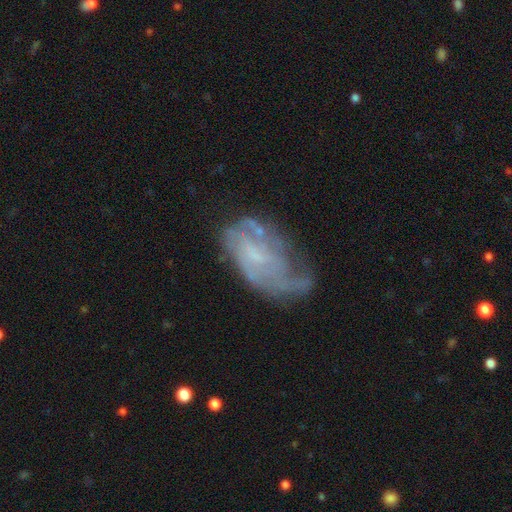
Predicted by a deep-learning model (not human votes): This appears to be a featured or disk galaxy (69%) with no bar (55%), spiral arms (71%) and no central bulge (49%). Merging: none (37%).